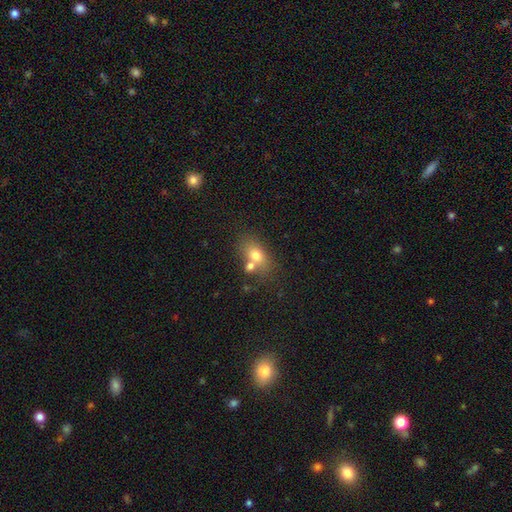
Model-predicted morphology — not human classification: Overall: smooth (72%). How rounded: in between (76%). Merging: none (48%; merger 34%).